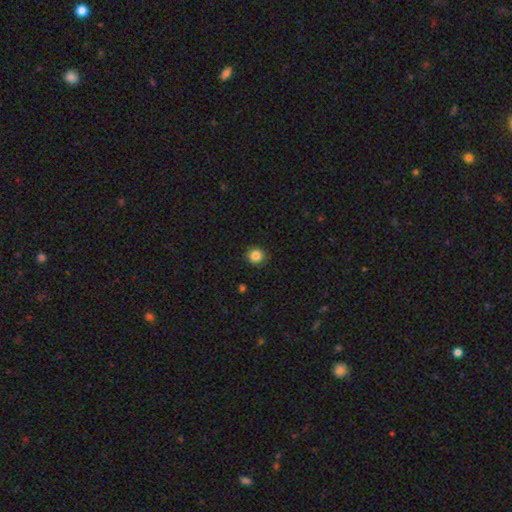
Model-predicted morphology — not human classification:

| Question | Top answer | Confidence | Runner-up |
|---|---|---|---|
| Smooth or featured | smooth | 85% | star or artifact (11%) |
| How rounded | round | 93% | in between (6%) |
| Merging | none | 93% | minor disturbance (5%) |